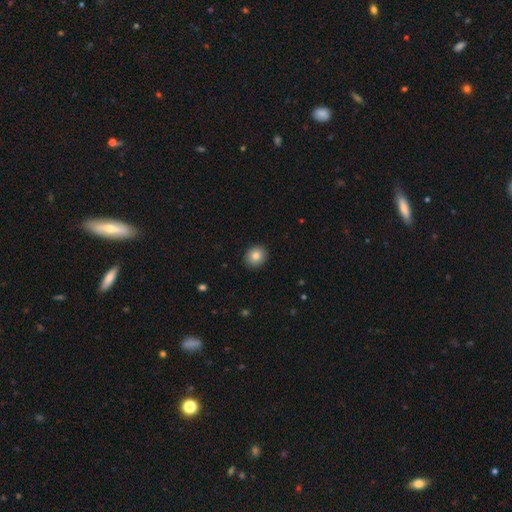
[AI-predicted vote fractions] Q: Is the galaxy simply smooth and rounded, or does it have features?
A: smooth — 83%.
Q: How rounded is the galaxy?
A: round — 77%.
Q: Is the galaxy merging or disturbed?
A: none — 91%.